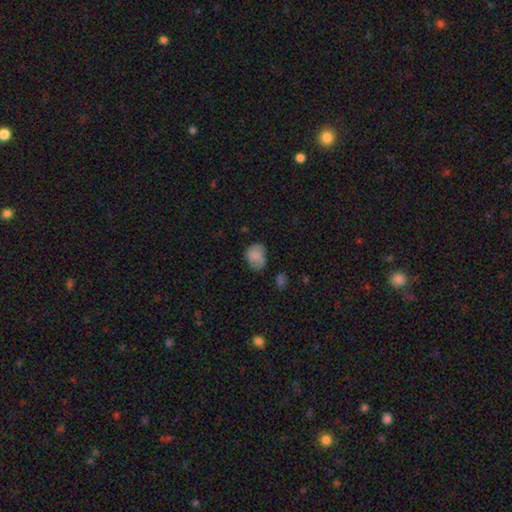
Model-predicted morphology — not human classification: A smooth galaxy with no disk features (75%) that is in between round and cigar-shaped (51%).

Vote fractions:
- Smooth or featured? smooth: 75% / featured or disk: 16% / star or artifact: 10%
- How rounded? in between: 51% / round: 48% / cigar-shaped: 1%
- Merging? none: 50% / minor disturbance: 32% / major disturbance: 15% / merger: 4%